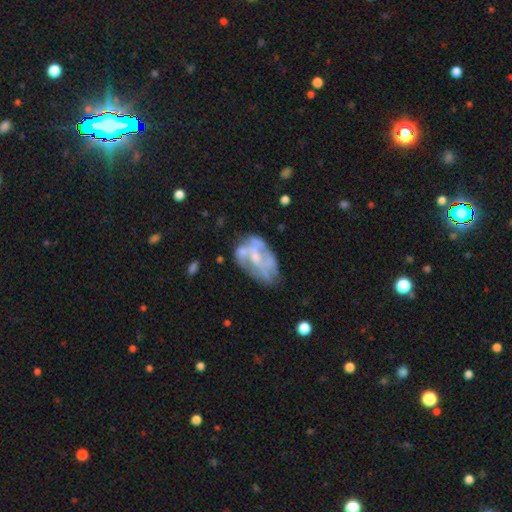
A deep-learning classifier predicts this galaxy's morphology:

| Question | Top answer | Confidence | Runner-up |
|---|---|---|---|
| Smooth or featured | featured or disk | 66% | smooth (24%) |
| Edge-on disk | no | 97% | yes (3%) |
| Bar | no | 69% | weak (24%) |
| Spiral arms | no | 68% | yes (32%) |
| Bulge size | small | 35% | moderate (31%) |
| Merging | none | 40% | minor disturbance (24%) |